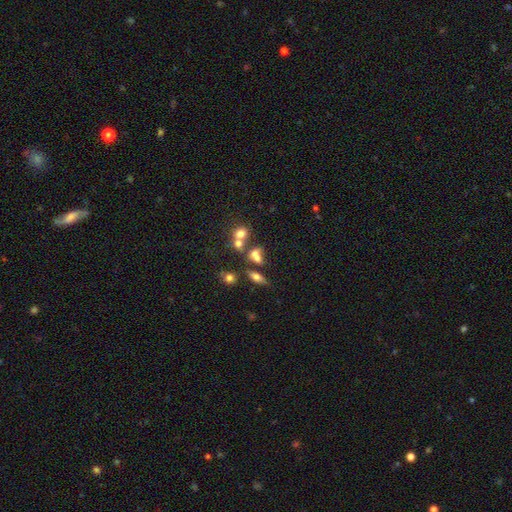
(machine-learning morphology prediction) smooth 60%, featured or disk 21%, star or artifact 18%. Down the decision tree: how rounded — in between (60%); merging — none (39%).